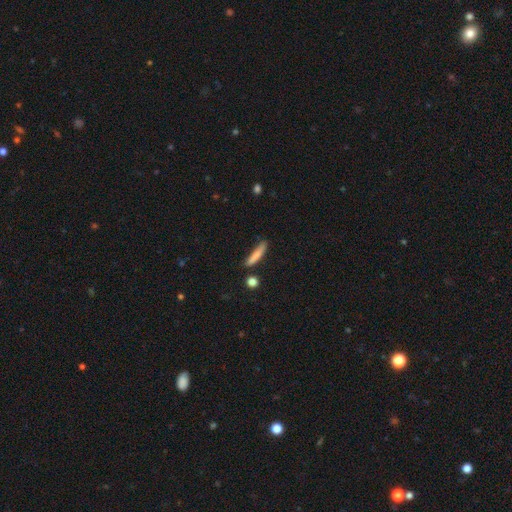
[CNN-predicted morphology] Q: Smooth or featured?
A: smooth (81%); runner-up: featured or disk (12%)
Q: How rounded?
A: cigar-shaped (87%); runner-up: in between (11%)
Q: Merging?
A: none (73%); runner-up: minor disturbance (18%)